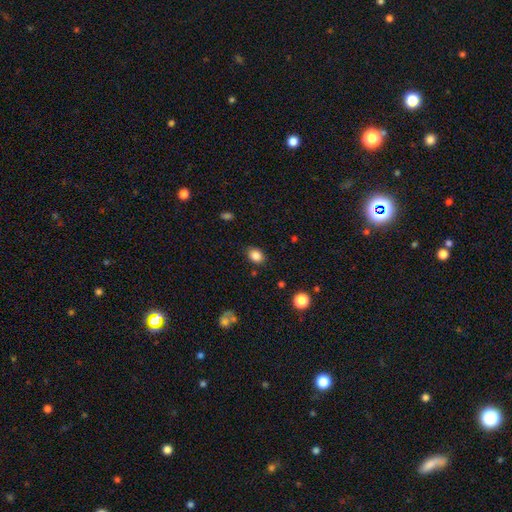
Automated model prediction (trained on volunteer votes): This is clearly a smooth galaxy (86%). How rounded: likely in between (65%). Merging: clearly none (83%).